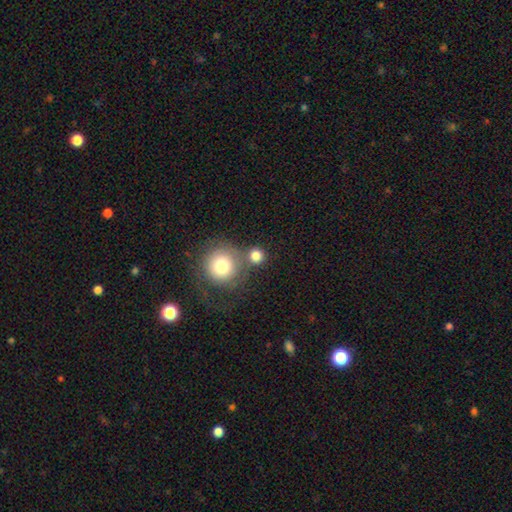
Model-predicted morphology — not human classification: Smooth or featured? smooth (81%)
How rounded? round (91%)
Merging? none (56%)